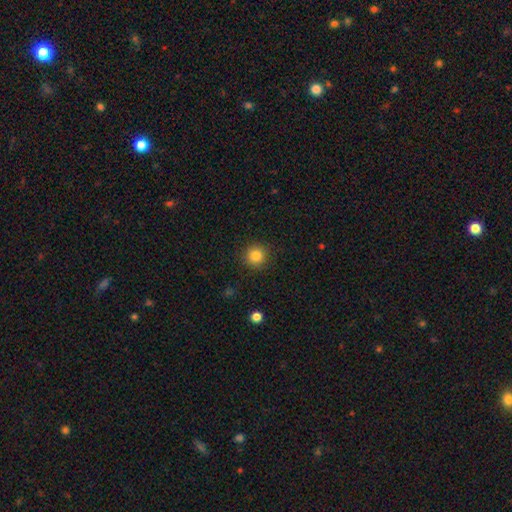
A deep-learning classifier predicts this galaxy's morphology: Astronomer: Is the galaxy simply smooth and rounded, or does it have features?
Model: smooth — 84%.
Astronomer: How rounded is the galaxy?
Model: round — 94%.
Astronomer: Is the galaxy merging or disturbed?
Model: none — 91%.